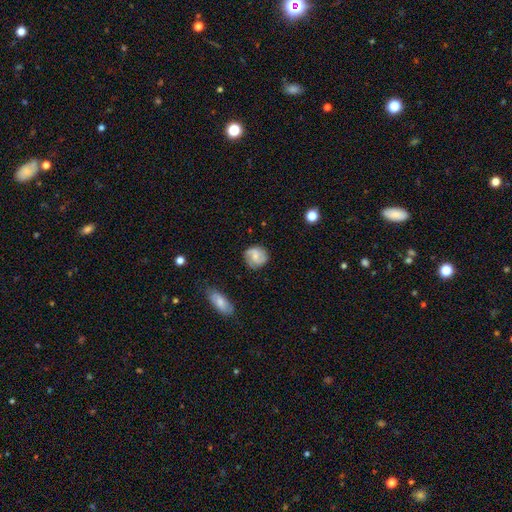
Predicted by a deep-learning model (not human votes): Smooth or featured? featured or disk (51%)
Edge-on disk? no (97%)
Merging? none (79%)